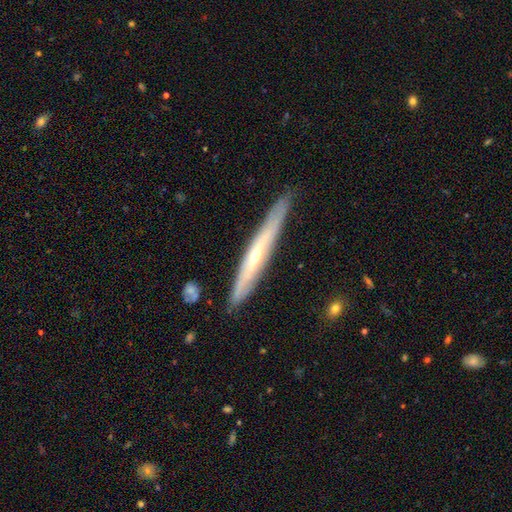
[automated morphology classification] type=featured or disk (68%); edge-on=yes (88%); edge-on bulge=rounded (70%); merging=none (86%).